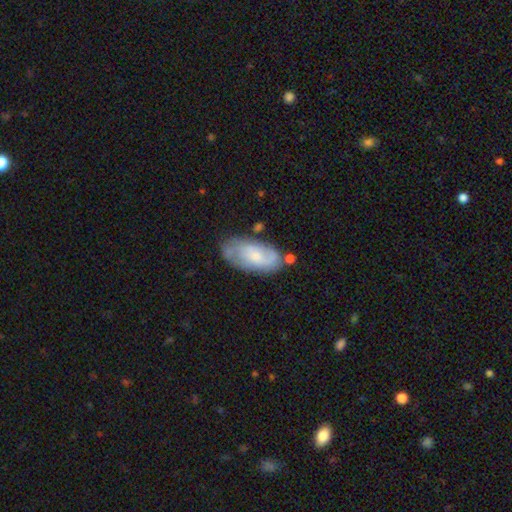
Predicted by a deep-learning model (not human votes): A featured or disk galaxy (51%).

Vote fractions:
- Smooth or featured? featured or disk: 51% / smooth: 43% / star or artifact: 6%
- Edge-on disk? no: 93% / yes: 7%
- Merging? none: 64% / minor disturbance: 23% / major disturbance: 6% / merger: 6%